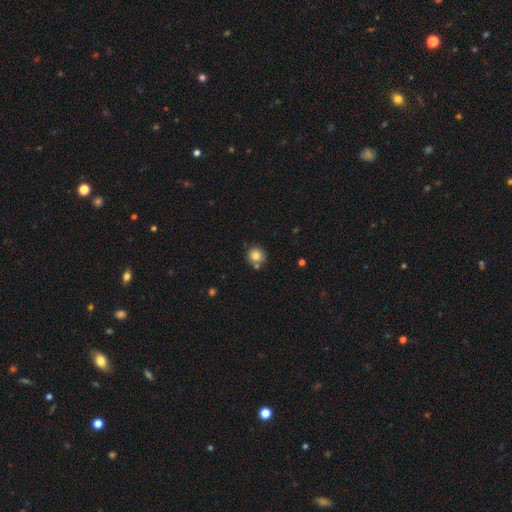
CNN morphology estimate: Smooth or featured? smooth (82%)
How rounded? round (91%)
Merging? none (72%)